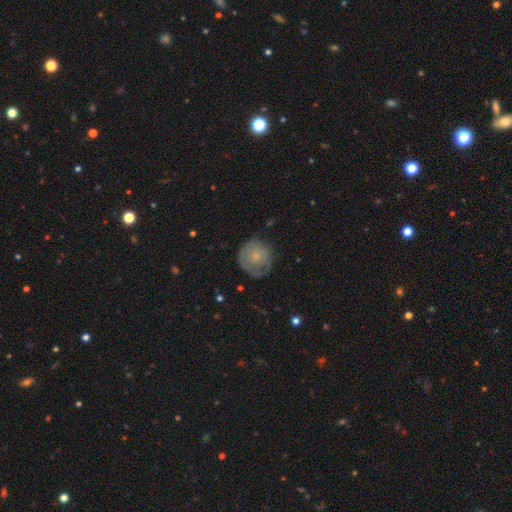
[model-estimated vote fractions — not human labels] Smooth or featured? Predicted: smooth (p=0.57). How rounded? Predicted: round (p=0.90). Merging? Predicted: none (p=0.63).